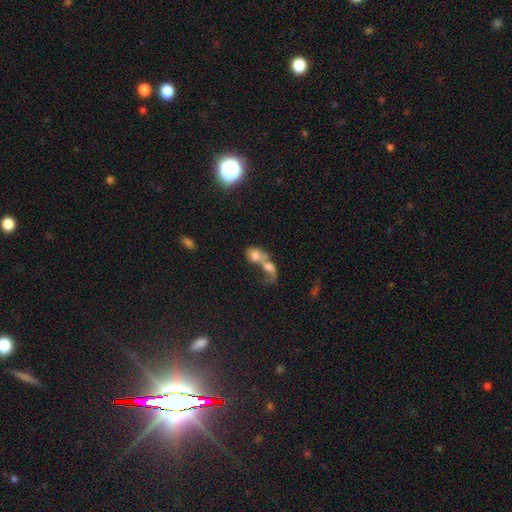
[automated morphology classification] A smooth galaxy with no disk features (61%) that is in between round and cigar-shaped (54%).

Vote fractions:
- Smooth or featured? smooth: 61% / featured or disk: 27% / star or artifact: 11%
- How rounded? in between: 54% / round: 42% / cigar-shaped: 3%
- Merging? merger: 80% / none: 9% / major disturbance: 7% / minor disturbance: 4%